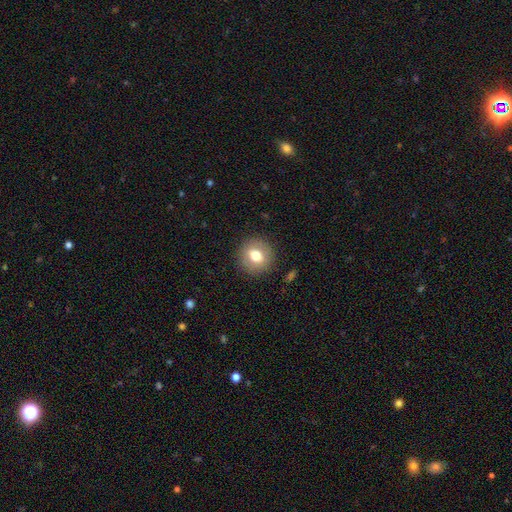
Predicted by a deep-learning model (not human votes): A smooth galaxy with no disk features (74%) that is round (85%).

Vote fractions:
- Smooth or featured? smooth: 74% / featured or disk: 17% / star or artifact: 9%
- How rounded? round: 85% / in between: 14% / cigar-shaped: 1%
- Merging? none: 89% / minor disturbance: 7% / major disturbance: 3% / merger: 1%